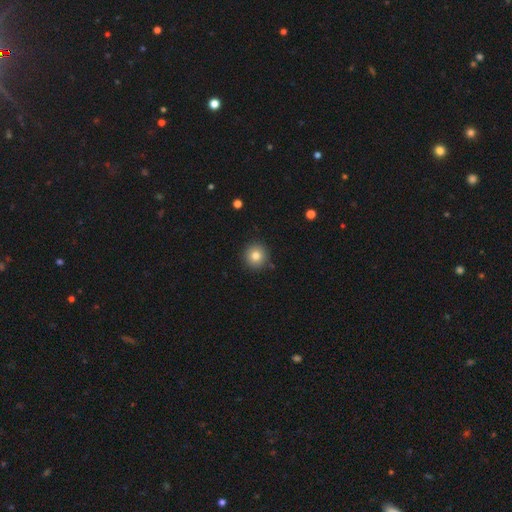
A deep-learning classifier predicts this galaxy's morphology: Smooth or featured? Predicted: smooth (p=0.81). How rounded? Predicted: round (p=0.95). Merging? Predicted: none (p=0.91).